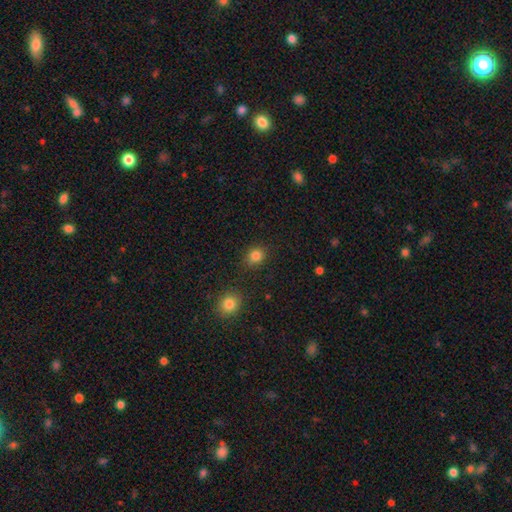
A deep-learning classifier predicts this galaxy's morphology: Smooth or featured? Predicted: smooth (p=0.83). How rounded? Predicted: round (p=0.74). Merging? Predicted: none (p=0.84).